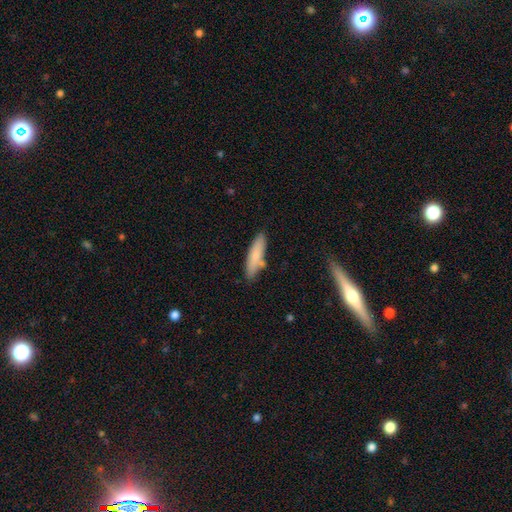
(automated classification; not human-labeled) This is likely a smooth galaxy (78%). How rounded: likely cigar-shaped (67%). Merging: likely none (75%).